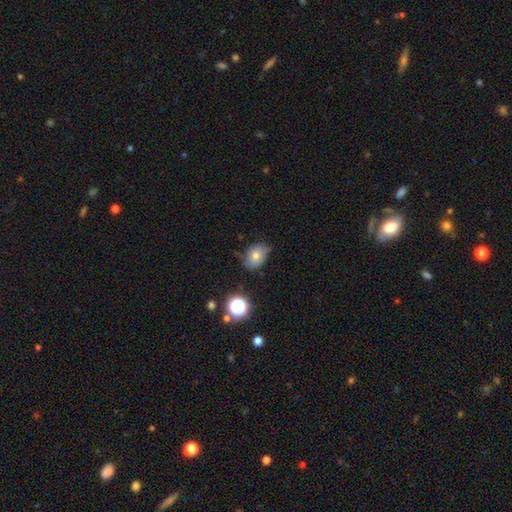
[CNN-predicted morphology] This is likely a smooth galaxy (73%). How rounded: likely in between (73%). Merging: likely none (66%).